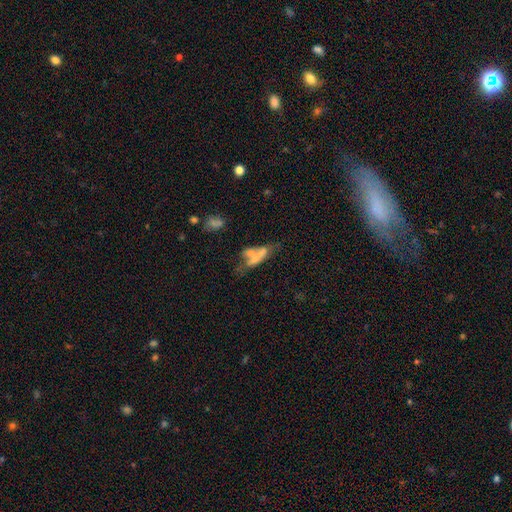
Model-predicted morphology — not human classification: Smooth or featured? smooth (51%)
How rounded? in between (57%)
Merging? merger (45%)